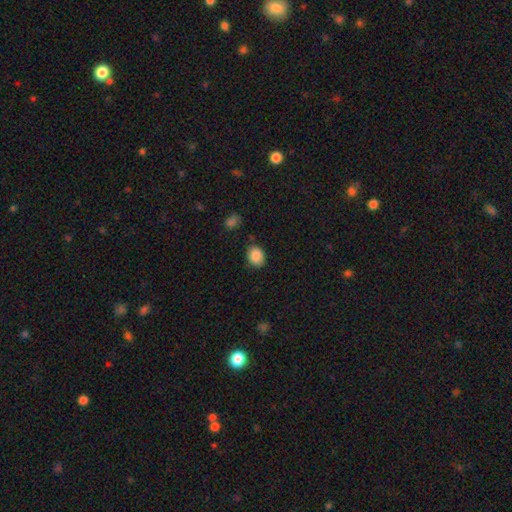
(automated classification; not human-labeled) A smooth galaxy with no disk features (87%) that is in between round and cigar-shaped (51%). Merging: none (82%).